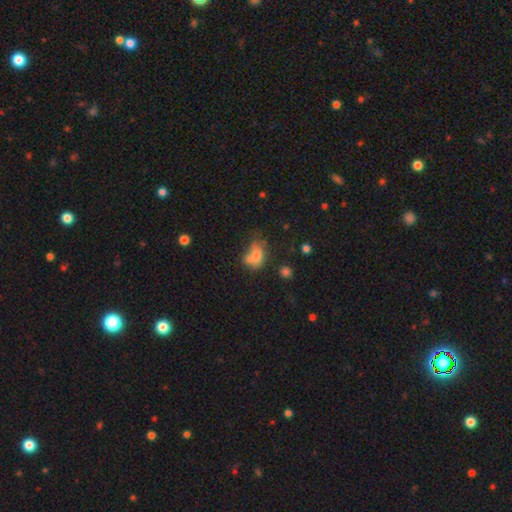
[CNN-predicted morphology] Smooth or featured?
  - smooth: 67% *
  - featured or disk: 20%
  - star or artifact: 13%
How rounded?
  - in between: 69% *
  - round: 29%
  - cigar-shaped: 2%
Merging?
  - merger: 39% *
  - none: 30%
  - minor disturbance: 19%
  - major disturbance: 12%